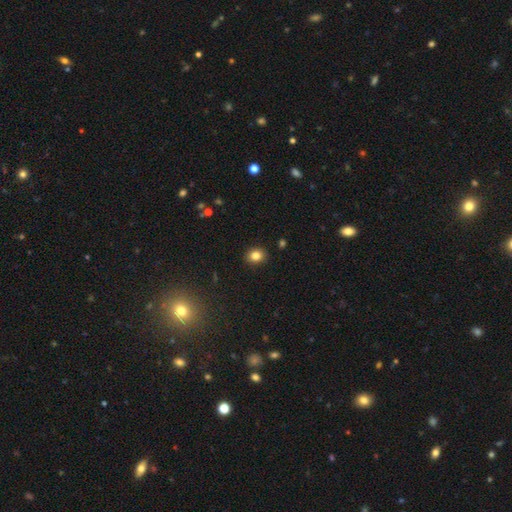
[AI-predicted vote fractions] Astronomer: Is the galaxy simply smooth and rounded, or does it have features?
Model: smooth — 83%.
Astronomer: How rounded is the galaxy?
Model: round — 59% (runner-up: in between, 40%).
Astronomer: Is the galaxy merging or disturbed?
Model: none — 90%.